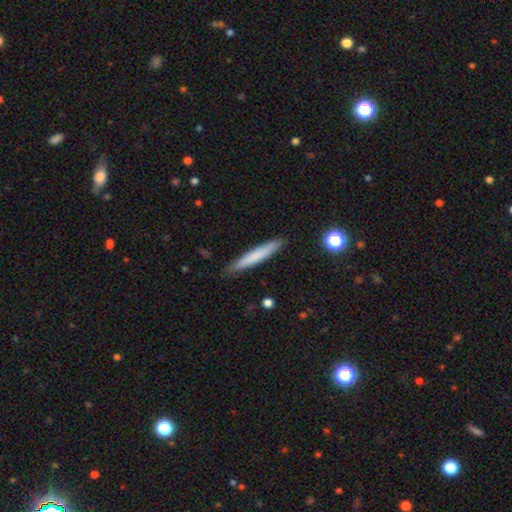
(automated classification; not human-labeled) Smooth or featured: smooth — 72% (featured or disk — 22%)
How rounded: cigar-shaped — 94% (in between — 4%)
Merging: none — 88% (minor disturbance — 9%)